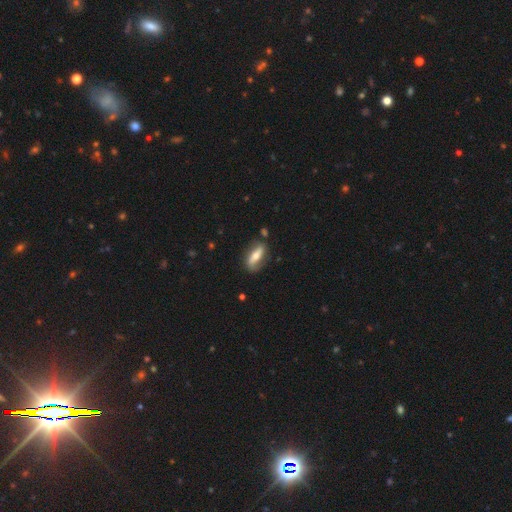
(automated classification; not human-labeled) A featured or disk galaxy (49%). Merging: none (73%).